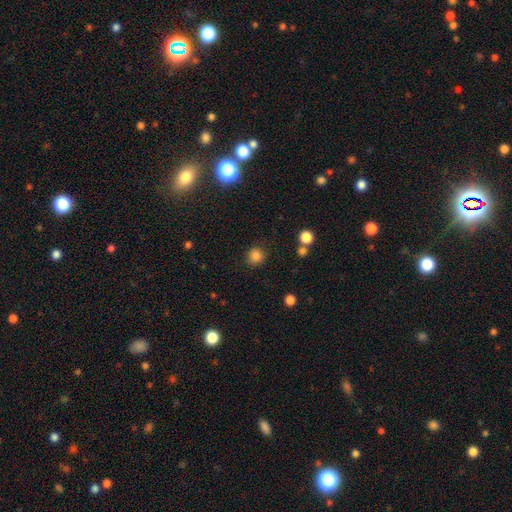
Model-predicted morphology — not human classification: Overall: smooth (83%). How rounded: round (90%). Merging: none (86%).